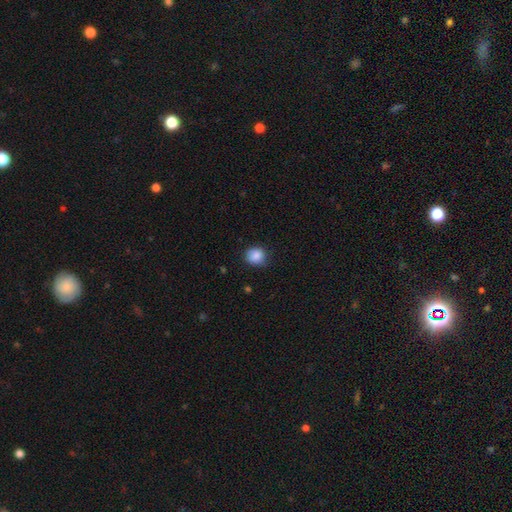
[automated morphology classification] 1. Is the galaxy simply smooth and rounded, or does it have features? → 87% smooth, 9% star or artifact, 5% featured or disk.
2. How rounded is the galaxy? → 77% round, 22% in between, 1% cigar-shaped.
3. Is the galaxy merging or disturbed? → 74% none, 21% minor disturbance, 4% major disturbance, 1% merger.